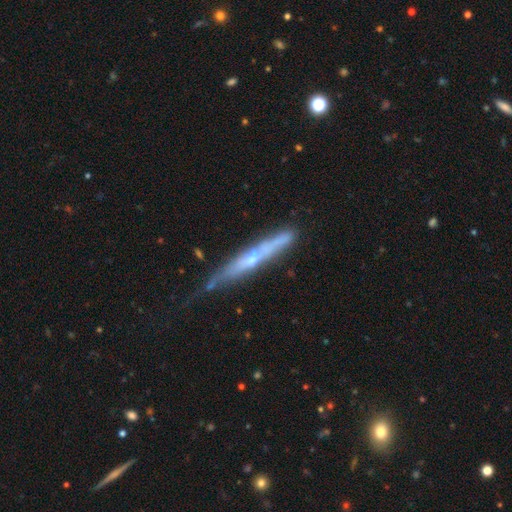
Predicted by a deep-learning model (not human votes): featured or disk 64%, smooth 28%, star or artifact 8%. Down the decision tree: edge-on disk — yes (86%); edge-on bulge — none (53%); merging — none (58%).